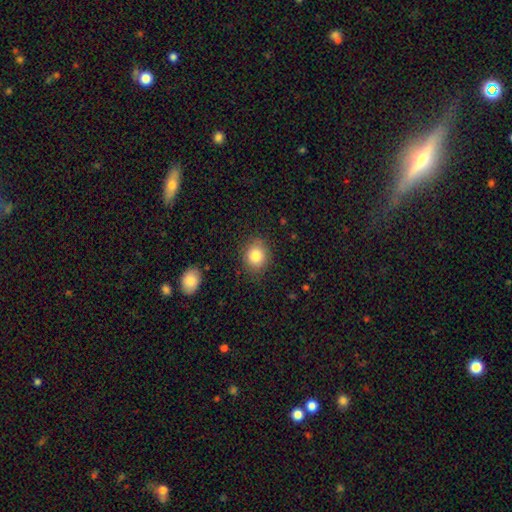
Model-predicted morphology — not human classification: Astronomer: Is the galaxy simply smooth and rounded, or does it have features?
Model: smooth — 84%.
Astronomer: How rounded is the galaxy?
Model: round — 66%.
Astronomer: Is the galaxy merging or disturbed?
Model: none — 84%.